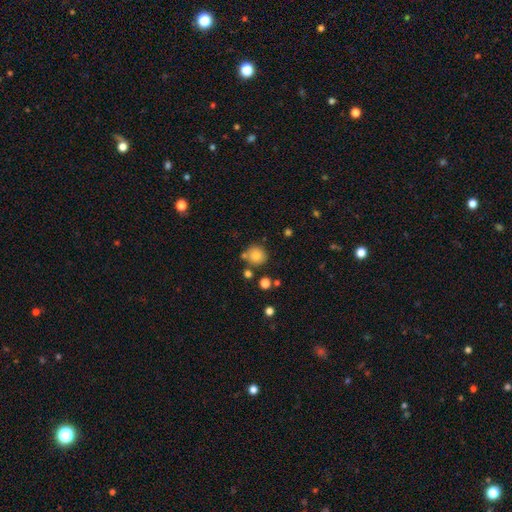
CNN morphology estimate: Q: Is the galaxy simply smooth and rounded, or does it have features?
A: smooth — 78%.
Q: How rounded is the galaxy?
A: round — 90%.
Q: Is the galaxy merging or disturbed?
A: none — 74%.